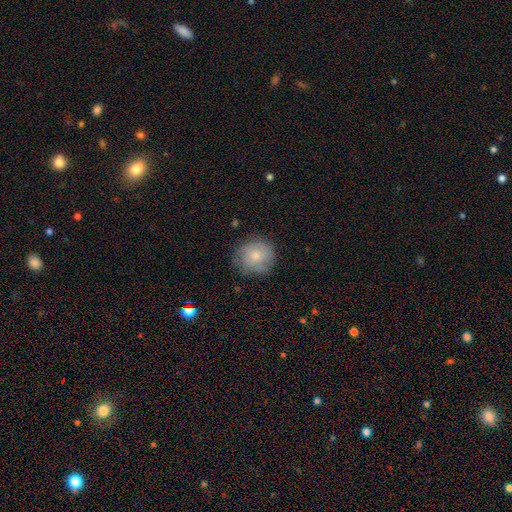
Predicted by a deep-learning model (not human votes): smooth 72%, featured or disk 21%, star or artifact 7%. Down the decision tree: how rounded — round (87%); merging — none (76%).